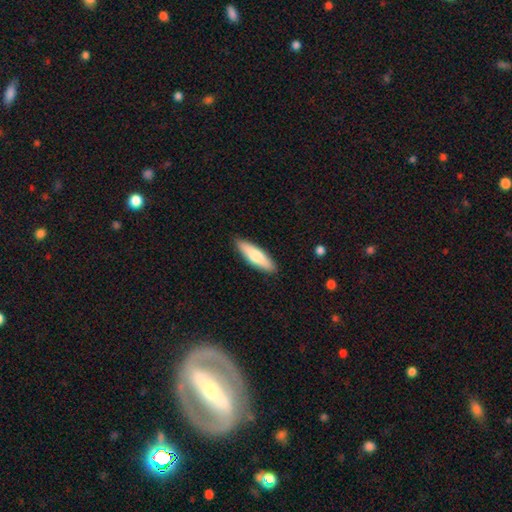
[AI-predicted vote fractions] Smooth or featured? Predicted: smooth (p=0.70). How rounded? Predicted: cigar-shaped (p=0.63). Merging? Predicted: none (p=0.89).